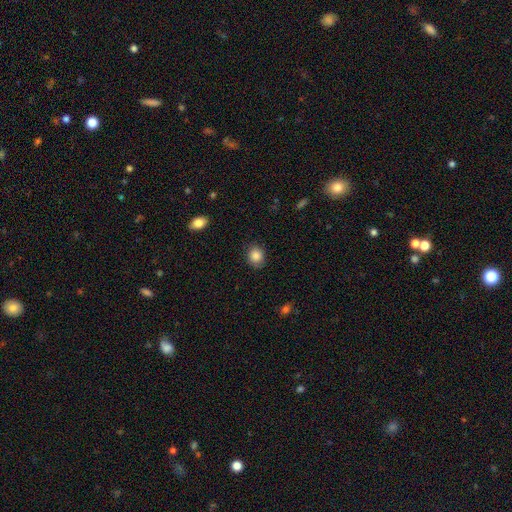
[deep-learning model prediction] A smooth galaxy with no disk features (85%) that is round (67%). Merging: none (82%).